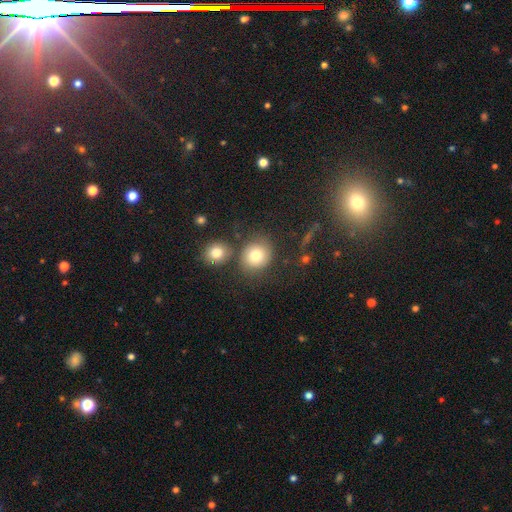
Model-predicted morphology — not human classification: smooth_or_featured: smooth (p=0.77) [alt: featured or disk p=0.12]
how_rounded: round (p=0.78) [alt: in between p=0.21]
merging: none (p=0.69) [alt: merger p=0.14]